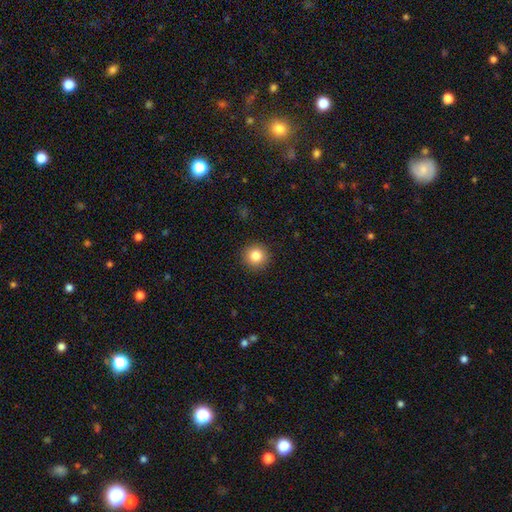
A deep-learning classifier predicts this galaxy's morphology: Q: Smooth or featured?
A: smooth (84%); runner-up: star or artifact (10%)
Q: How rounded?
A: round (94%); runner-up: in between (5%)
Q: Merging?
A: none (92%); runner-up: minor disturbance (5%)